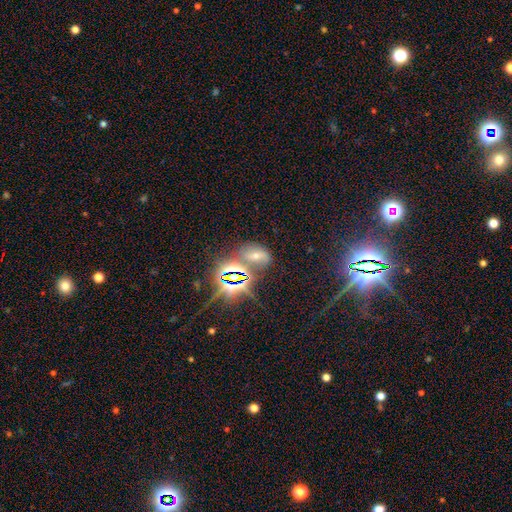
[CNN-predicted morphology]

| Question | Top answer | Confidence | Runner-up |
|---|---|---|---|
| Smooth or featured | star or artifact | 61% | smooth (21%) |